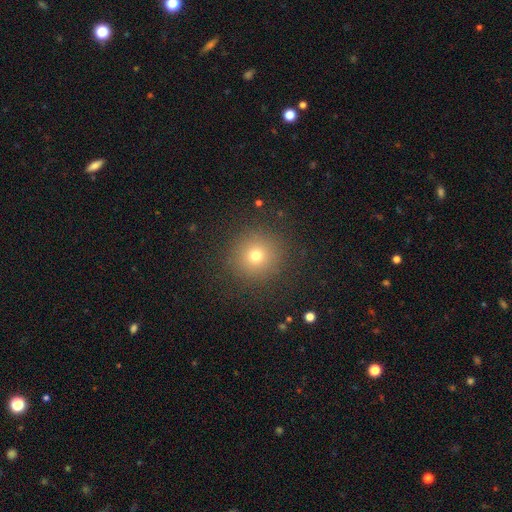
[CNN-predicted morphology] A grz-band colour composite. It shows a smooth galaxy with no disk features (72%) that is round (94%). Merging: none (89%).